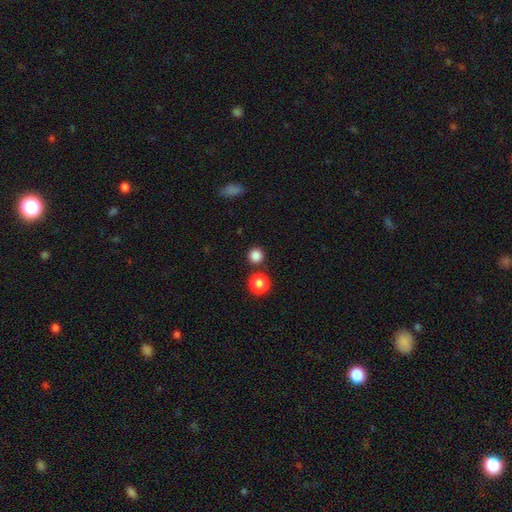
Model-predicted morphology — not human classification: The model was most divided on "smooth or featured": smooth: 84%, star or artifact: 13%, featured or disk: 3%. More confident: how rounded — round (95%); merging — none (85%).